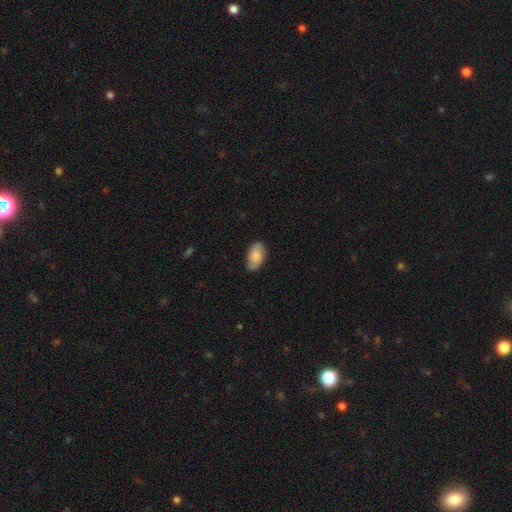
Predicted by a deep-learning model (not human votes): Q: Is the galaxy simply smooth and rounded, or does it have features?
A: smooth — 71%.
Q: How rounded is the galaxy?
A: in between — 94%.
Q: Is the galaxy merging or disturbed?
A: none — 75%.